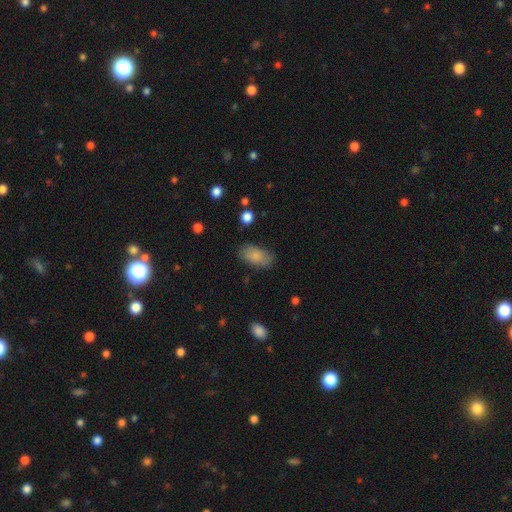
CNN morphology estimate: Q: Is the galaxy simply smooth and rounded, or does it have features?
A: smooth — 81%.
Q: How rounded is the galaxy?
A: in between — 92%.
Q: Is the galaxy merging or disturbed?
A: none — 77%.